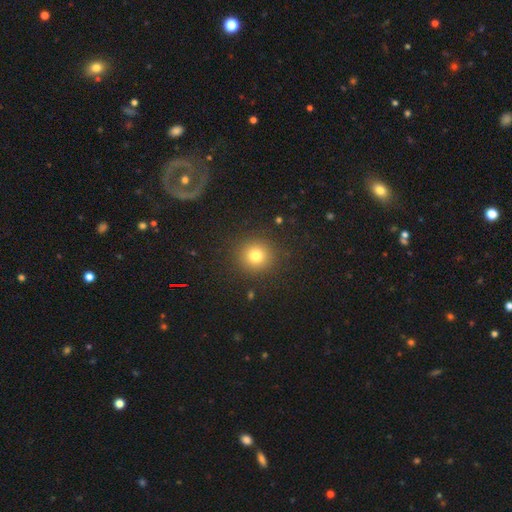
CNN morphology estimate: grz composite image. It shows a smooth galaxy with no disk features (79%) that is round (92%). Merging: none (90%).